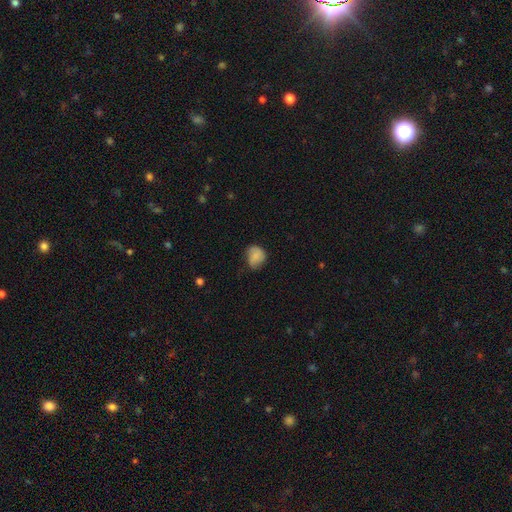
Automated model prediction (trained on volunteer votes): Smooth or featured?
  - smooth: 78% *
  - featured or disk: 13%
  - star or artifact: 9%
How rounded?
  - round: 61% *
  - in between: 38%
  - cigar-shaped: 1%
Merging?
  - none: 52% *
  - minor disturbance: 36%
  - major disturbance: 10%
  - merger: 2%